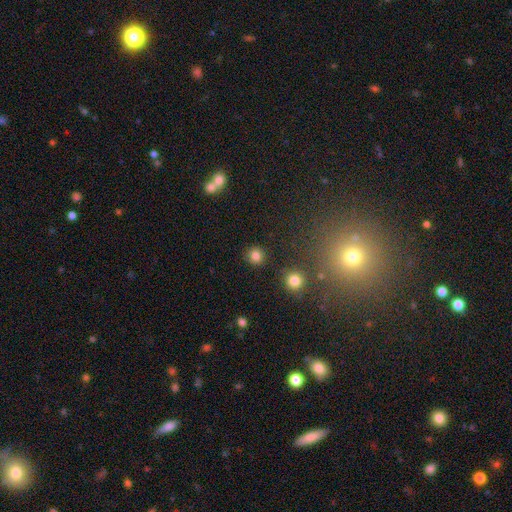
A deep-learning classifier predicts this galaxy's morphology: This is clearly a smooth galaxy (82%). How rounded: clearly round (92%). Merging: clearly none (90%).